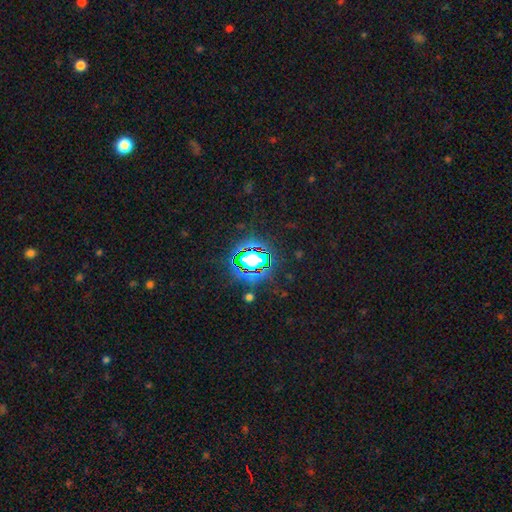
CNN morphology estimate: Overall: star or artifact (79%).